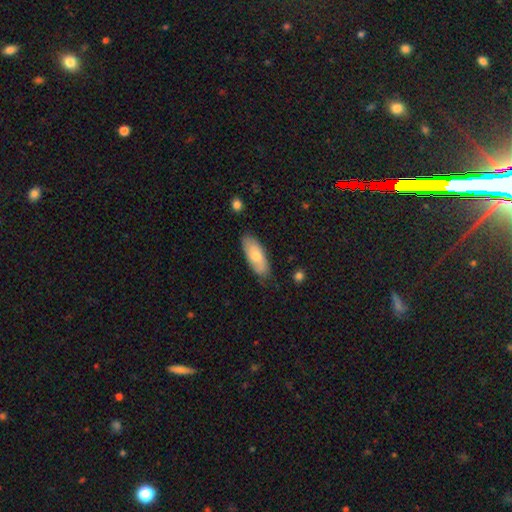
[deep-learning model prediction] smooth 69%, featured or disk 25%, star or artifact 6%. Down the decision tree: how rounded — in between (77%); merging — none (81%).